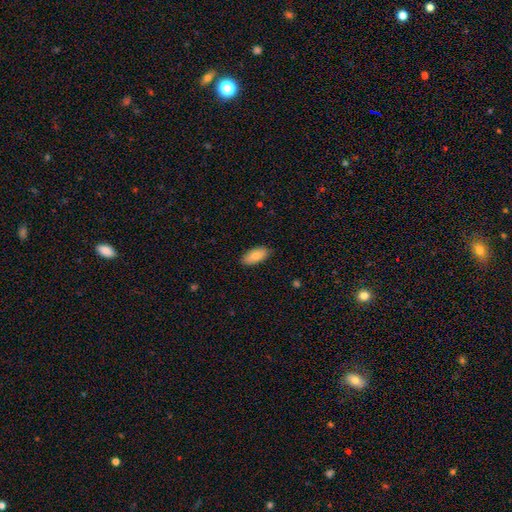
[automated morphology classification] Smooth or featured? Predicted: smooth (p=0.85). How rounded? Predicted: in between (p=0.90). Merging? Predicted: none (p=0.88).